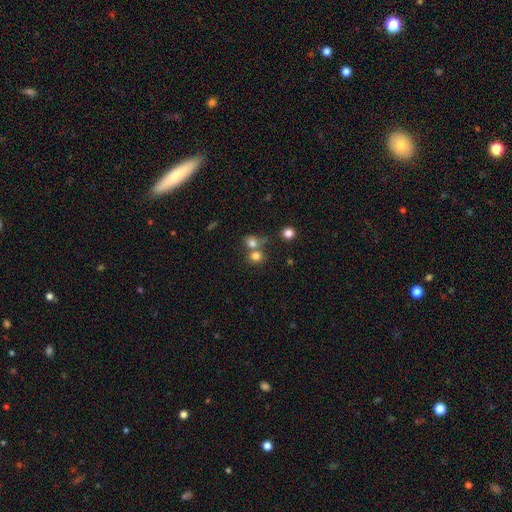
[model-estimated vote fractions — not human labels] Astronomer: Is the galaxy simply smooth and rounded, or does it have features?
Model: smooth — 77%.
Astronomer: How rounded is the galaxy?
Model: round — 74%.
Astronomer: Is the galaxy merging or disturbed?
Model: none — 47% (runner-up: merger, 41%).